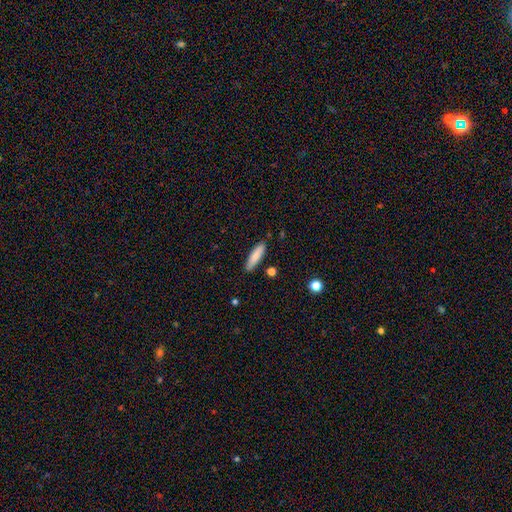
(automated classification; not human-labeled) smooth 83%, featured or disk 10%, star or artifact 6%. Down the decision tree: how rounded — cigar-shaped (70%); merging — none (86%).